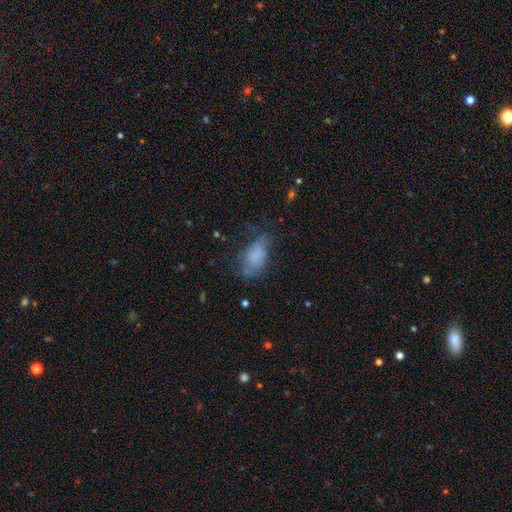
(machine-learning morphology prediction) The model was most divided on "merging": none: 47%, minor disturbance: 30%, major disturbance: 20%, merger: 3%. More confident: how rounded — in between (88%); smooth or featured — smooth (72%).